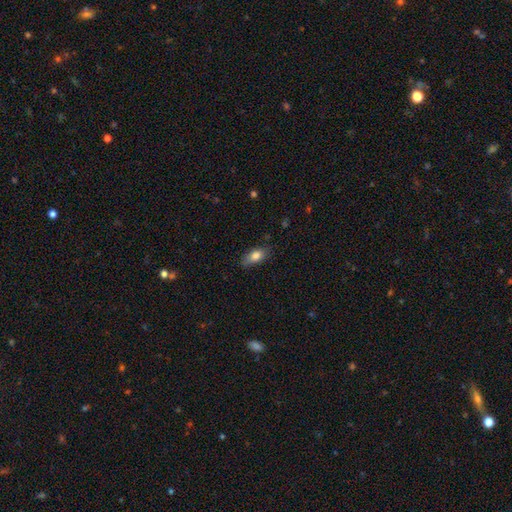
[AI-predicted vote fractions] A smooth galaxy with no disk features (80%) that is in between round and cigar-shaped (83%).

Vote fractions:
- Smooth or featured? smooth: 80% / featured or disk: 12% / star or artifact: 8%
- How rounded? in between: 83% / cigar-shaped: 10% / round: 7%
- Merging? none: 75% / minor disturbance: 20% / major disturbance: 4% / merger: 1%